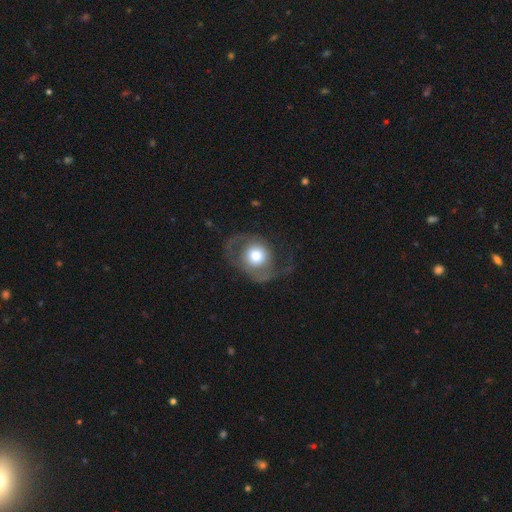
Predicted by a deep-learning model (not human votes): This is possibly a featured or disk galaxy (55%). It is clearly not viewed edge-on (96%). Bar: clearly no (80%). Spiral arm pattern: likely yes (61%). Central bulge: possibly moderate (56%). Merging: possibly none (48%).